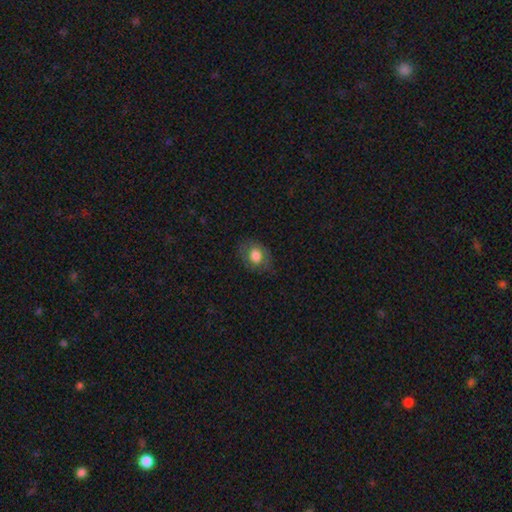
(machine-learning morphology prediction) This appears to be a smooth galaxy with no disk features (70%) that is in between round and cigar-shaped (59%). Merging: none (76%).